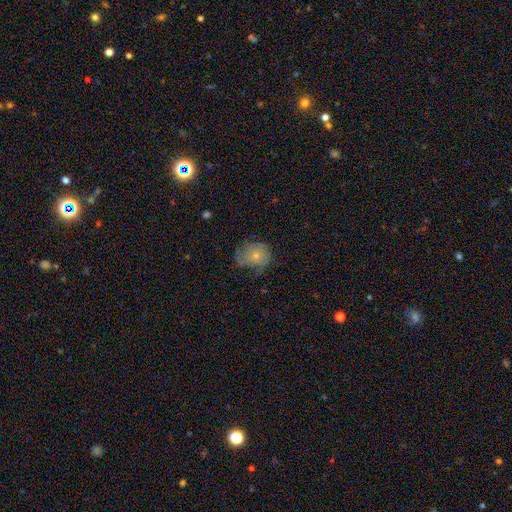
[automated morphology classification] This is likely a smooth galaxy (63%). How rounded: likely round (67%). Merging: possibly none (50%).